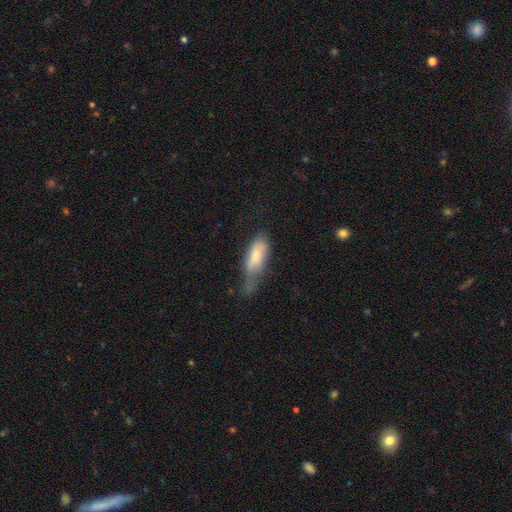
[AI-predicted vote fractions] Smooth or featured?
  - smooth: 67% *
  - featured or disk: 25%
  - star or artifact: 7%
How rounded?
  - in between: 59% *
  - cigar-shaped: 39%
  - round: 2%
Merging?
  - minor disturbance: 40% *
  - none: 31%
  - major disturbance: 25%
  - merger: 4%